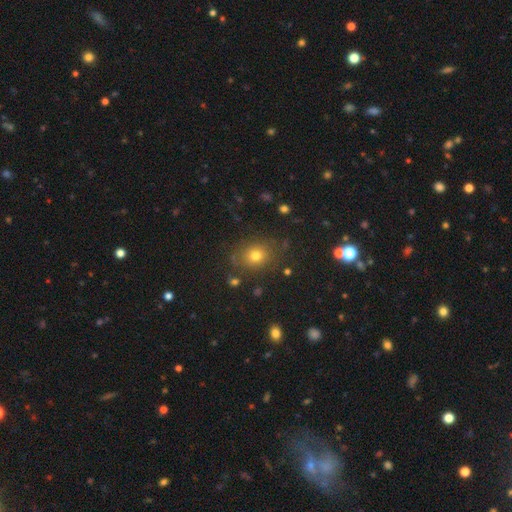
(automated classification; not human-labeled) Overall: smooth (73%). How rounded: round (66%; in between 33%). Merging: none (82%).